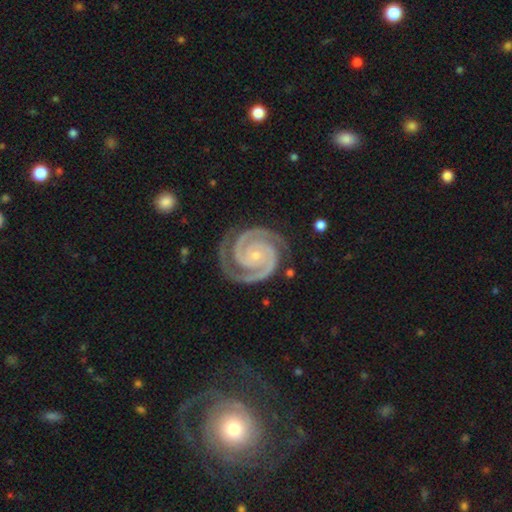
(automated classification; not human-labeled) featured or disk 95%, star or artifact 3%, smooth 2%. Down the decision tree: edge-on disk — no (98%); bar — no (73%); spiral arms — yes (99%); spiral arm count — 2 (91%); spiral winding — tight (79%); bulge size — small (82%); merging — none (83%).